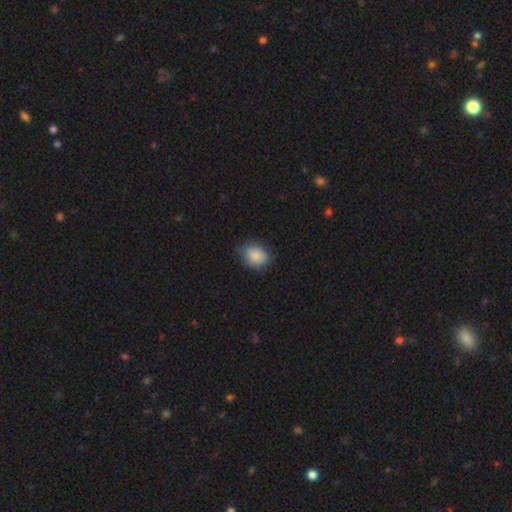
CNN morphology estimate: Smooth or featured? Predicted: smooth (p=0.87). How rounded? Predicted: in between (p=0.62). Merging? Predicted: none (p=0.76).